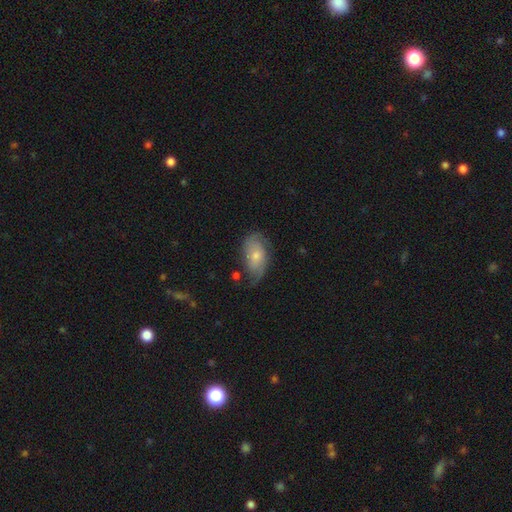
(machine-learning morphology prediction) Smooth or featured? Predicted: smooth (p=0.52). How rounded? Predicted: in between (p=0.91). Merging? Predicted: none (p=0.55).